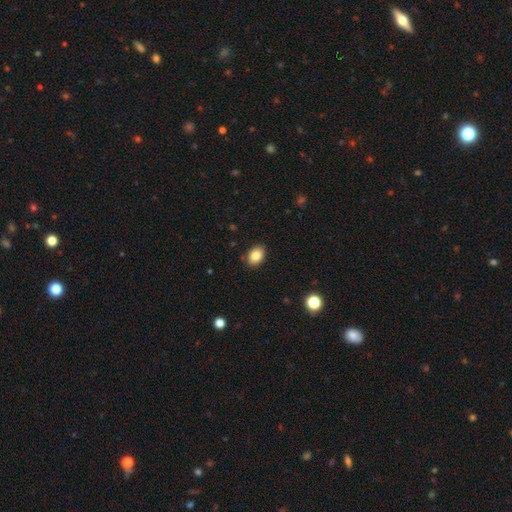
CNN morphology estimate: smooth 84%, star or artifact 8%, featured or disk 7%. Down the decision tree: how rounded — in between (76%); merging — none (88%).